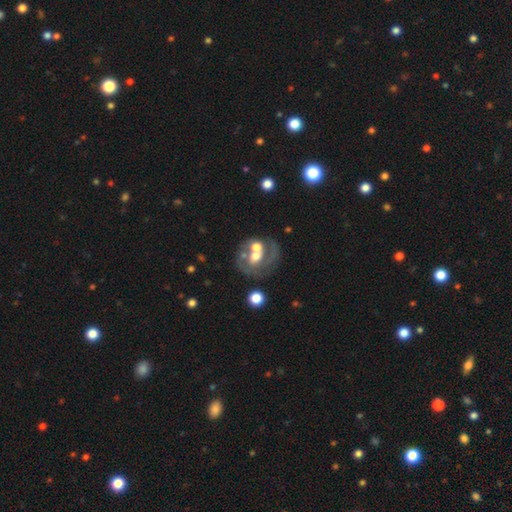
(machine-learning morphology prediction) Smooth or featured? Predicted: featured or disk (p=0.65). Edge-on disk? Predicted: no (p=0.97). Bar? Predicted: no (p=0.67). Spiral arms? Predicted: yes (p=0.55). Bulge size? Predicted: moderate (p=0.60). Merging? Predicted: none (p=0.39).